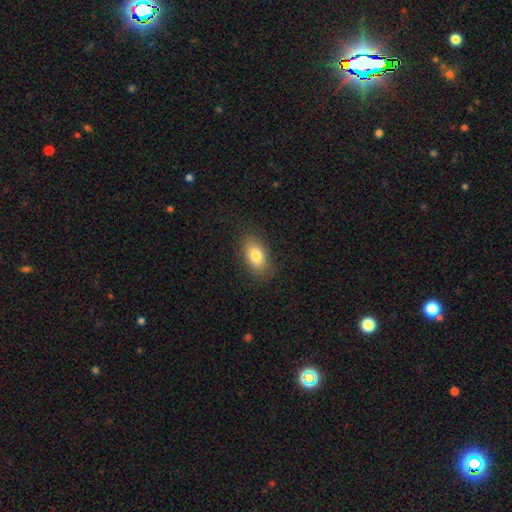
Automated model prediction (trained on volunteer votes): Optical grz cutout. It shows a smooth galaxy with no disk features (81%) that is in between round and cigar-shaped (90%). Merging: none (85%).